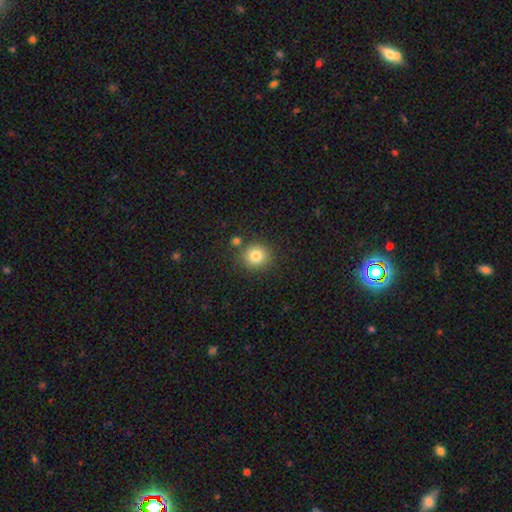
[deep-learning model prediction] The model was most divided on "smooth or featured": smooth: 81%, star or artifact: 11%, featured or disk: 7%. More confident: how rounded — round (89%); merging — none (82%).